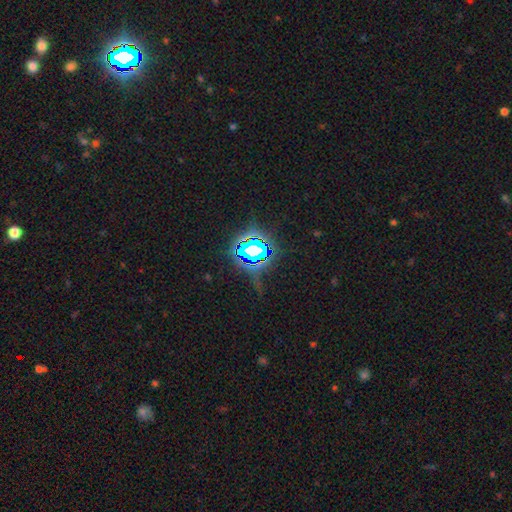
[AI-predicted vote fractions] smooth_or_featured: star or artifact (p=0.83) [alt: smooth p=0.11]